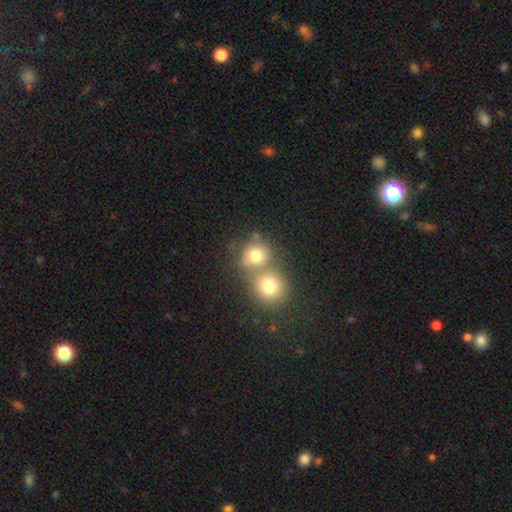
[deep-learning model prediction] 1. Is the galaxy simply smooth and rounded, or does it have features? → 74% smooth, 13% featured or disk, 13% star or artifact.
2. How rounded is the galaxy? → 81% round, 18% in between, 1% cigar-shaped.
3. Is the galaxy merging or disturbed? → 53% merger, 36% none, 7% minor disturbance, 3% major disturbance.